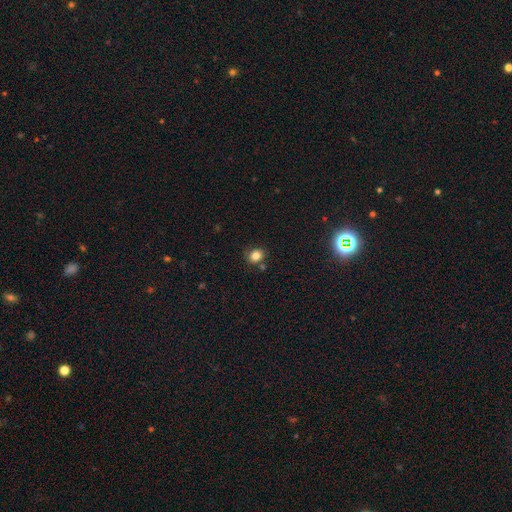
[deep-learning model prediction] A smooth galaxy with no disk features (81%) that is round (68%).

Vote fractions:
- Smooth or featured? smooth: 81% / star or artifact: 12% / featured or disk: 7%
- How rounded? round: 68% / in between: 31% / cigar-shaped: 1%
- Merging? none: 77% / minor disturbance: 13% / merger: 8% / major disturbance: 3%